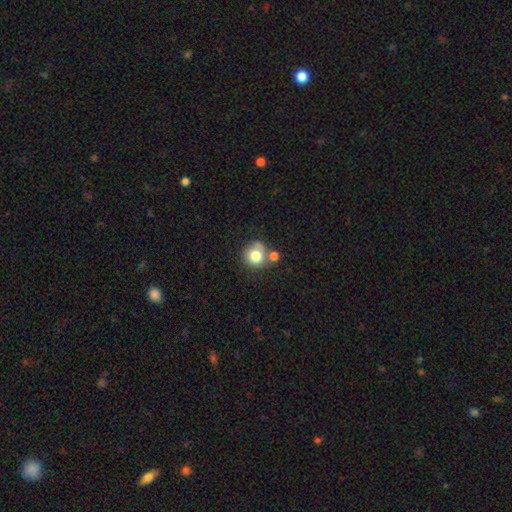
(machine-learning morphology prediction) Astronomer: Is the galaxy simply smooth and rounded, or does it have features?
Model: smooth — 78%.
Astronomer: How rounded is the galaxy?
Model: round — 88%.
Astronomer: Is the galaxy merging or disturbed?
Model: none — 54%.